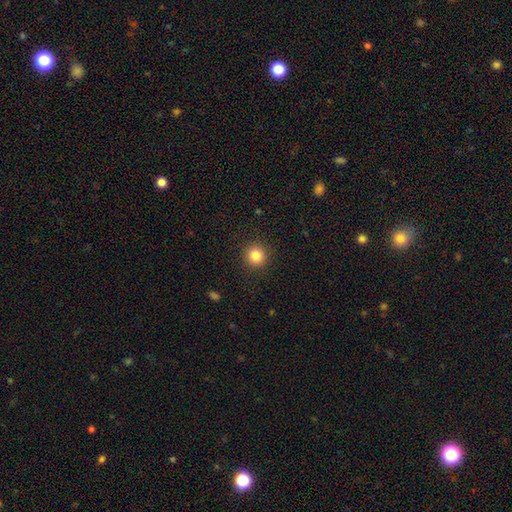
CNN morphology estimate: smooth-or-featured: smooth: 83% | star or artifact: 11% | featured or disk: 5%
  how-rounded: round: 94% | in between: 5% | cigar-shaped: 1%
  merging: none: 91% | minor disturbance: 6% | major disturbance: 2% | merger: 1%